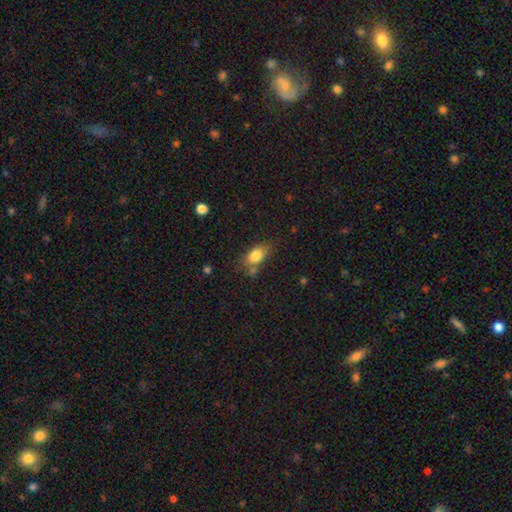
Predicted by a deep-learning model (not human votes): Smooth or featured? smooth (81%)
How rounded? in between (85%)
Merging? none (64%)